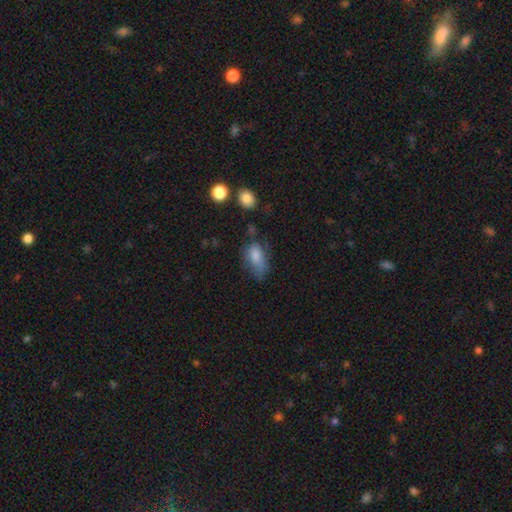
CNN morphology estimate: The model was most divided on "merging": none: 40%, minor disturbance: 35%, major disturbance: 21%, merger: 4%. More confident: how rounded — in between (87%); smooth or featured — smooth (75%).